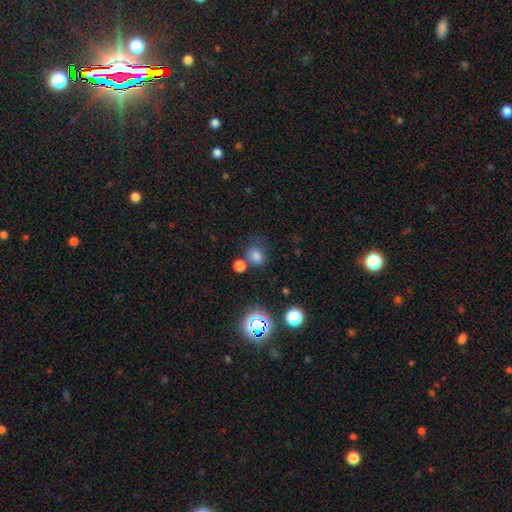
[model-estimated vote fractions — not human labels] Morphology: type=smooth (72%); roundness=round (71%); merging=none (57%).